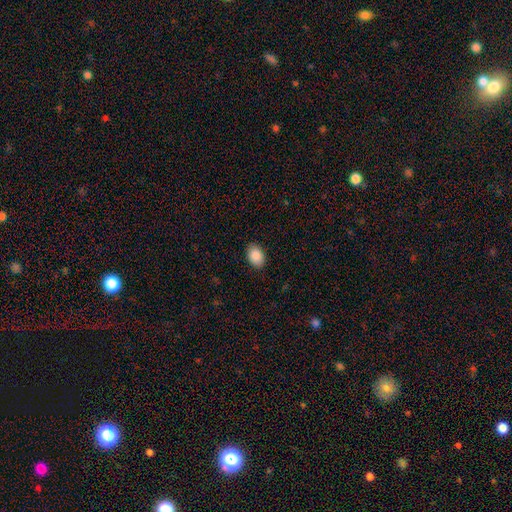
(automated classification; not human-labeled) smooth 88%, star or artifact 7%, featured or disk 4%. Down the decision tree: how rounded — in between (82%); merging — none (88%).